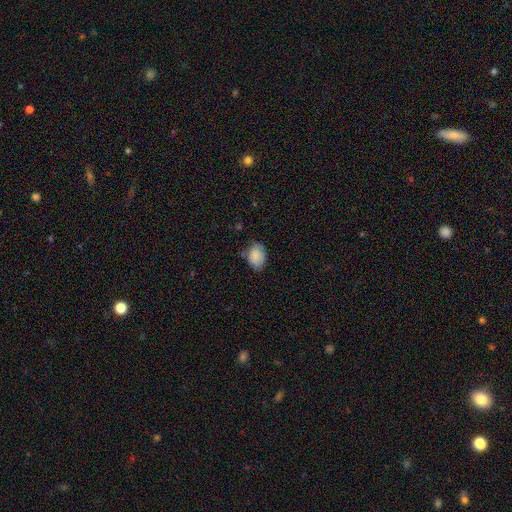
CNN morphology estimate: This is clearly a smooth galaxy (86%). How rounded: likely in between (75%). Merging: likely none (65%).